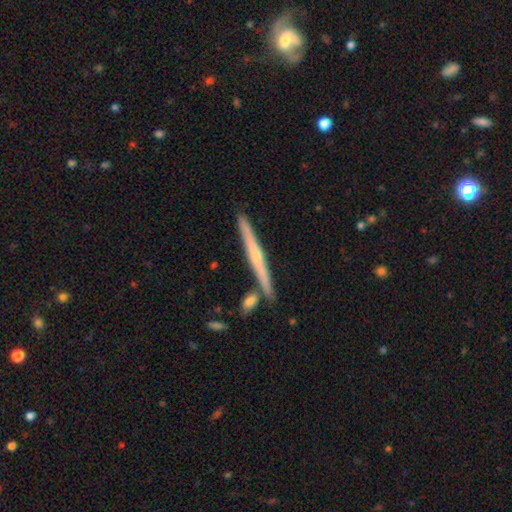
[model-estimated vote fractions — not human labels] smooth_or_featured: featured or disk (p=0.67) [alt: smooth p=0.28]
disk_edge_on: yes (p=0.98) [alt: no p=0.02]
edge_on_bulge: rounded (p=0.56) [alt: none p=0.39]
merging: none (p=0.87) [alt: minor disturbance p=0.07]